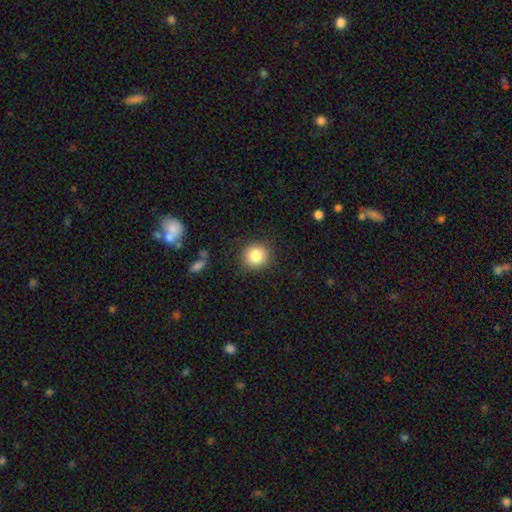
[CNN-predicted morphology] smooth-or-featured: smooth: 83% | star or artifact: 10% | featured or disk: 7%
  how-rounded: round: 92% | in between: 7% | cigar-shaped: 1%
  merging: none: 88% | minor disturbance: 8% | major disturbance: 3% | merger: 1%